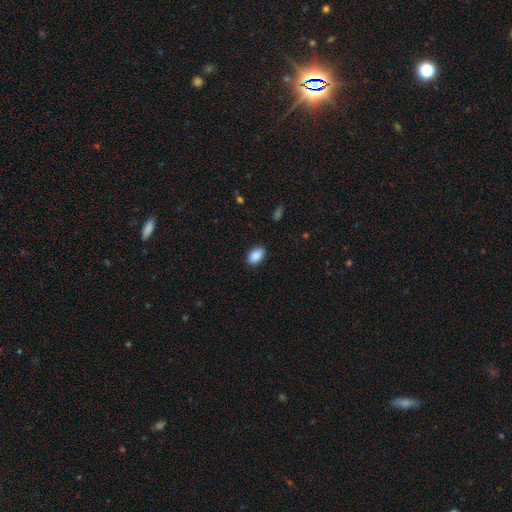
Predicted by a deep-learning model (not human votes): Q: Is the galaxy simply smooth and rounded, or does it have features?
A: smooth — 89%.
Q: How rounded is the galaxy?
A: in between — 89%.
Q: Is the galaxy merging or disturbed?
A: none — 88%.